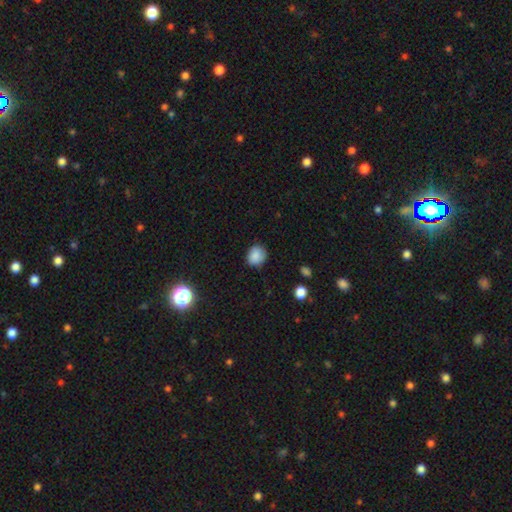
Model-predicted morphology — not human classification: Smooth or featured: smooth — 86% (star or artifact — 10%)
How rounded: round — 67% (in between — 32%)
Merging: none — 78% (minor disturbance — 17%)